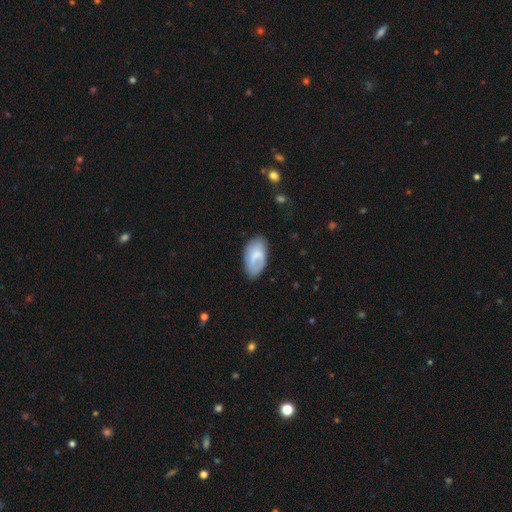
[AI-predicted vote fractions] Morphology: type=smooth (63%); roundness=in between (94%); merging=none (64%).